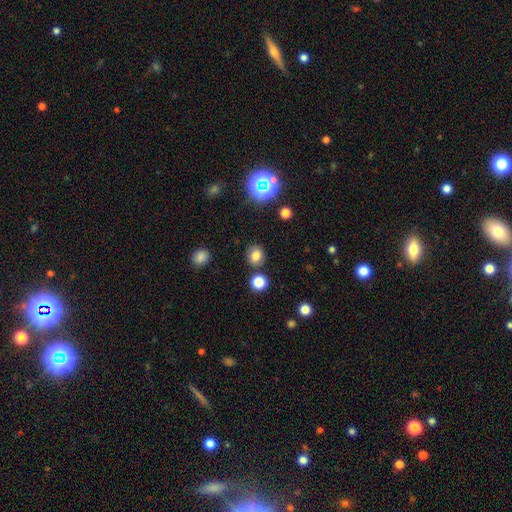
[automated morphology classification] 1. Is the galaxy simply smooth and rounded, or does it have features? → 75% smooth, 17% star or artifact, 8% featured or disk.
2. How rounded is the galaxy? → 73% round, 26% in between, 1% cigar-shaped.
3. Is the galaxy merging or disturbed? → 82% none, 10% minor disturbance, 6% merger, 3% major disturbance.